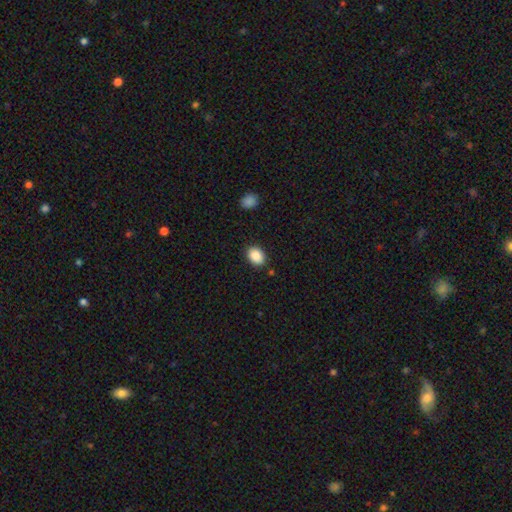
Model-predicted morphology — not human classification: Smooth or featured?
  - smooth: 89% *
  - star or artifact: 8%
  - featured or disk: 3%
How rounded?
  - in between: 70% *
  - round: 29%
  - cigar-shaped: 1%
Merging?
  - none: 87% *
  - minor disturbance: 9%
  - major disturbance: 2%
  - merger: 2%